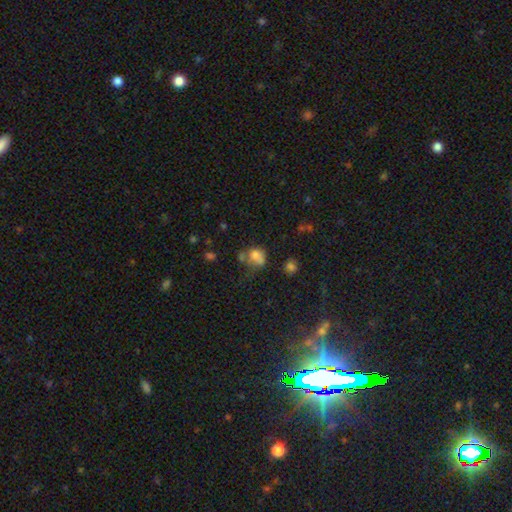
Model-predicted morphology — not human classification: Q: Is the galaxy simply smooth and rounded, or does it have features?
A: smooth — 70%.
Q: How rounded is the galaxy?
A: round — 53%.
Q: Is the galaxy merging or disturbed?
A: none — 30%.